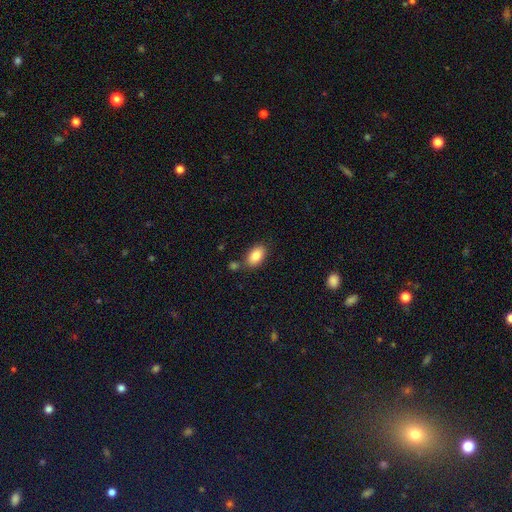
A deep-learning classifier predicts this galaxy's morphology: A smooth galaxy with no disk features (85%) that is in between round and cigar-shaped (92%). Merging: none (76%).